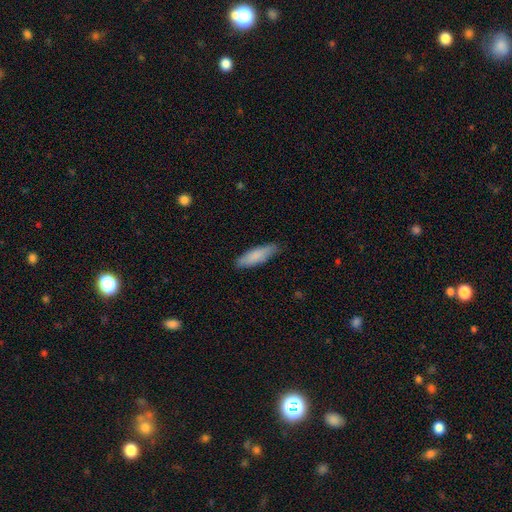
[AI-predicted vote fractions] smooth 84%, featured or disk 11%, star or artifact 6%. Down the decision tree: how rounded — cigar-shaped (58%); merging — none (83%).